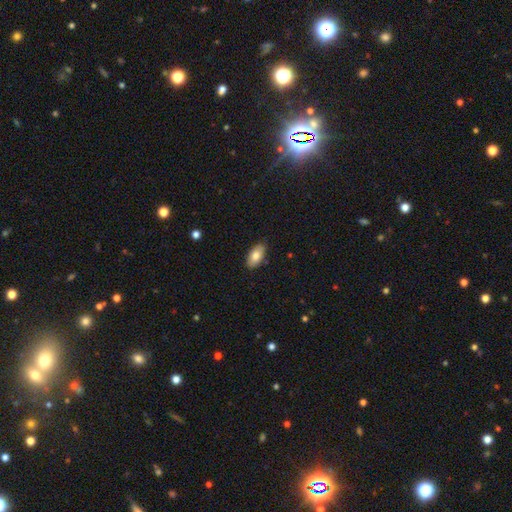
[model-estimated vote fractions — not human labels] smooth-or-featured: smooth: 81% | featured or disk: 12% | star or artifact: 7%
  how-rounded: in between: 94% | round: 3% | cigar-shaped: 3%
  merging: none: 86% | minor disturbance: 11% | major disturbance: 2% | merger: 1%